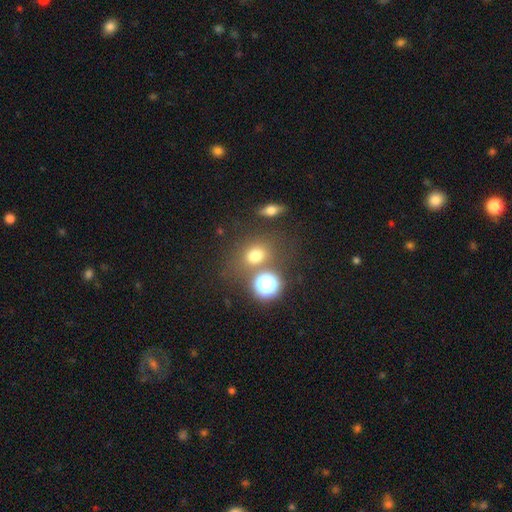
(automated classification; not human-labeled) Smooth or featured: smooth — 69% (star or artifact — 21%)
How rounded: round — 58% (in between — 41%)
Merging: none — 69% (merger — 13%)